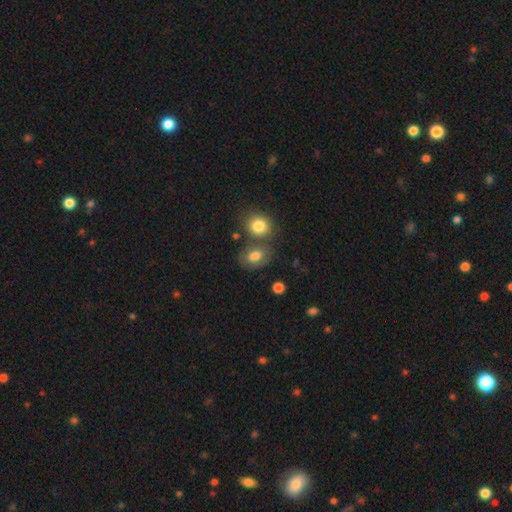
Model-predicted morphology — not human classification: Smooth or featured: smooth — 77% (featured or disk — 15%)
How rounded: in between — 76% (round — 22%)
Merging: none — 57% (merger — 22%)